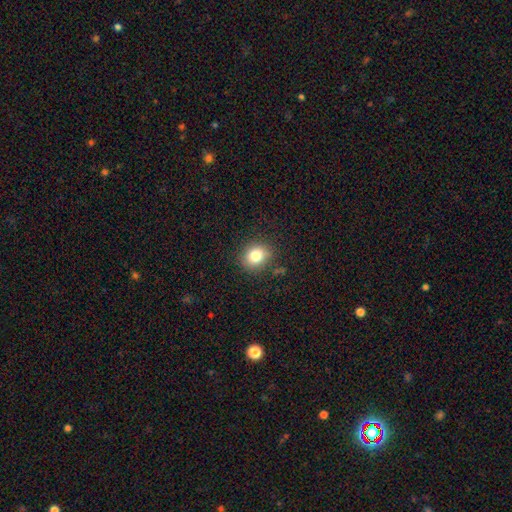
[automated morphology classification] A smooth galaxy with no disk features (81%) that is round (72%). Merging: none (86%).